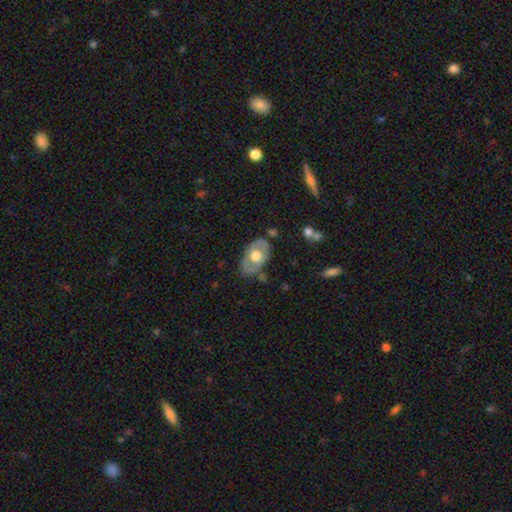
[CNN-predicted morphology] Smooth or featured? featured or disk (53%)
Edge-on disk? no (88%)
Merging? none (71%)